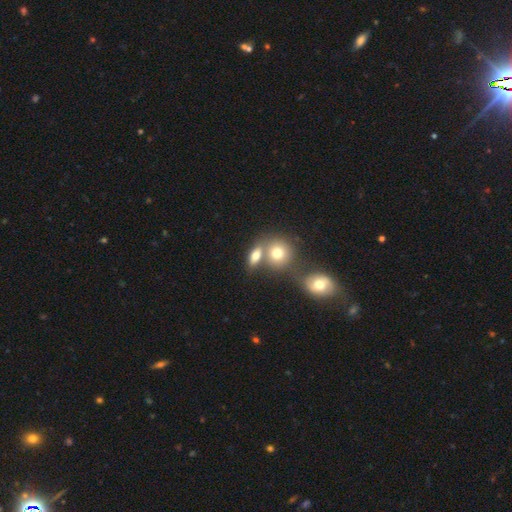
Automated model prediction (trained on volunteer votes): A smooth galaxy with no disk features (72%) that is in between round and cigar-shaped (61%). Merging: none (48%).